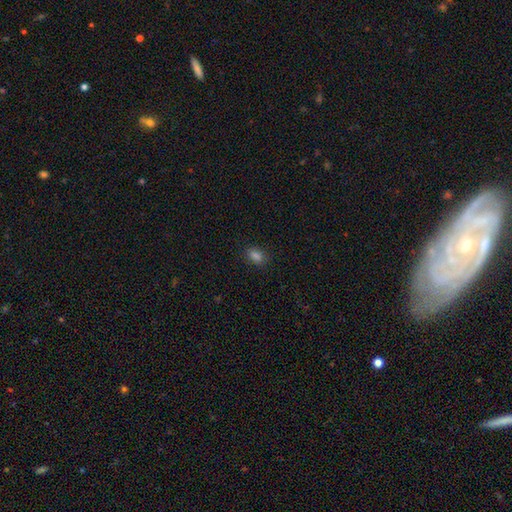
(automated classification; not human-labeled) smooth 81%, star or artifact 15%, featured or disk 4%. Down the decision tree: how rounded — in between (79%); merging — none (86%).